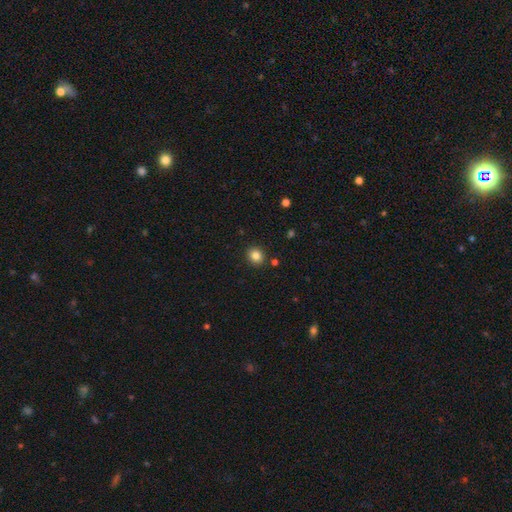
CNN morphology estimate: This appears to be a smooth galaxy with no disk features (84%) that is round (76%). Merging: none (89%).